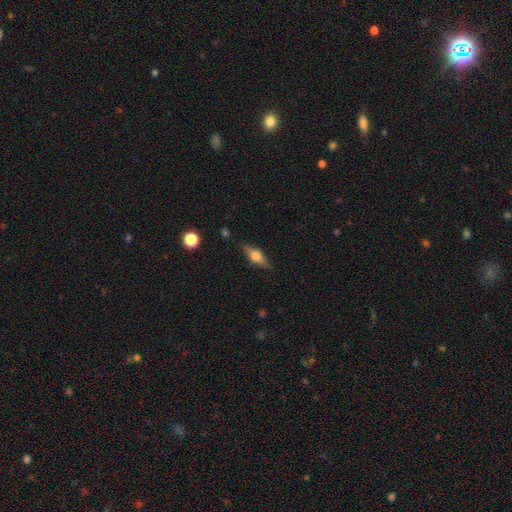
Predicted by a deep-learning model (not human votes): Overall: featured or disk (54%; smooth 38%). Edge-on disk: yes (93%). Edge-on bulge: rounded (90%). Merging: none (83%).